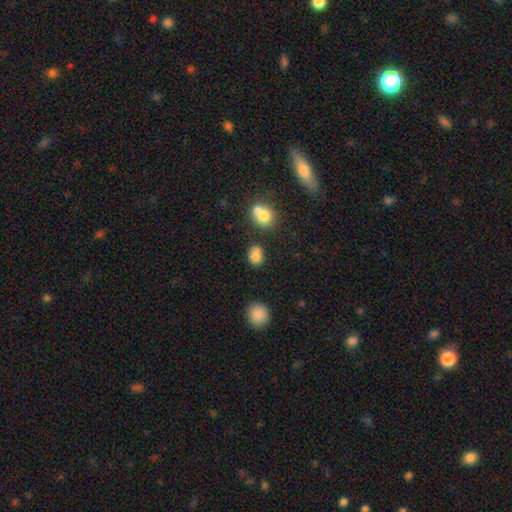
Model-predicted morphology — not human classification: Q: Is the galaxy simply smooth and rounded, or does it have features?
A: smooth — 81%.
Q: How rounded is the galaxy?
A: in between — 51%.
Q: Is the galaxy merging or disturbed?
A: none — 62%.